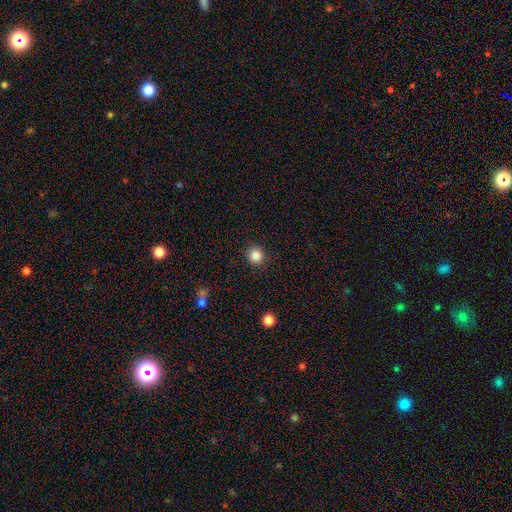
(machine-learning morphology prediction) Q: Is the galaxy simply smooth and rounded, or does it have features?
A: smooth — 86%.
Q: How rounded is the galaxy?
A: round — 93%.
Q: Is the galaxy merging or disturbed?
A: none — 90%.